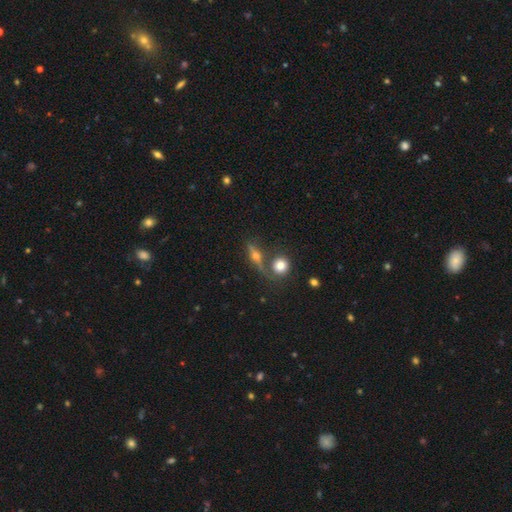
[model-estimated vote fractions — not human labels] Smooth or featured?
  - featured or disk: 57% *
  - smooth: 31%
  - star or artifact: 12%
Edge-on disk?
  - yes: 89% *
  - no: 11%
Edge-on bulge?
  - rounded: 94% *
  - boxy: 3%
  - none: 3%
Merging?
  - none: 66% *
  - merger: 17%
  - minor disturbance: 12%
  - major disturbance: 5%